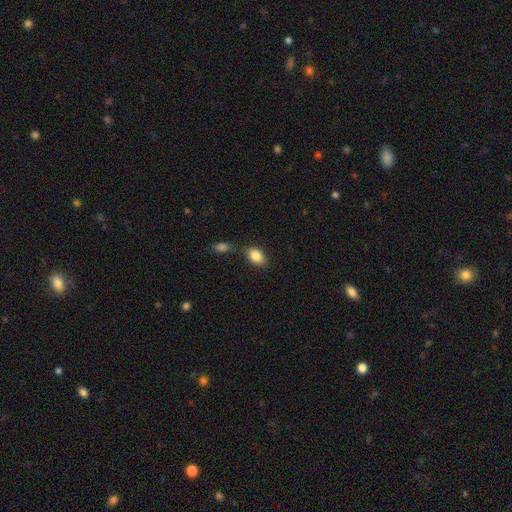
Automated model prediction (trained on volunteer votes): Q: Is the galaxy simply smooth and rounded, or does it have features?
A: smooth — 85%.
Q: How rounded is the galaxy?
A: in between — 87%.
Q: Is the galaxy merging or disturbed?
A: none — 74%.